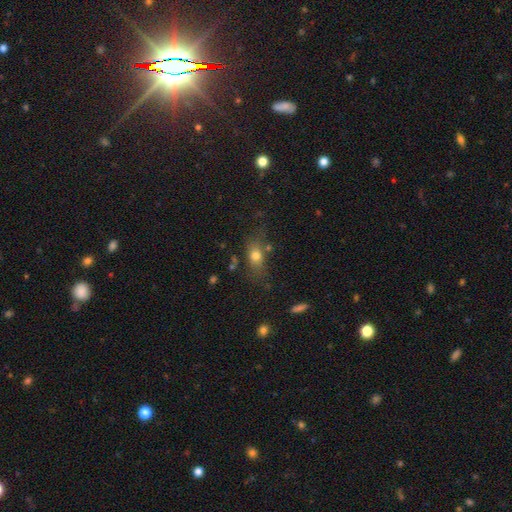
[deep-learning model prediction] The model was most divided on "merging": none: 64%, minor disturbance: 20%, major disturbance: 9%, merger: 7%. More confident: smooth or featured — smooth (71%); how rounded — in between (68%).